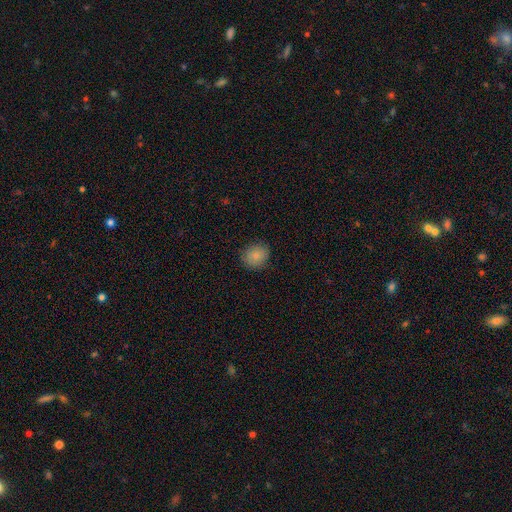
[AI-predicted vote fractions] Smooth or featured: smooth — 86% (star or artifact — 9%)
How rounded: round — 74% (in between — 25%)
Merging: none — 86% (minor disturbance — 10%)